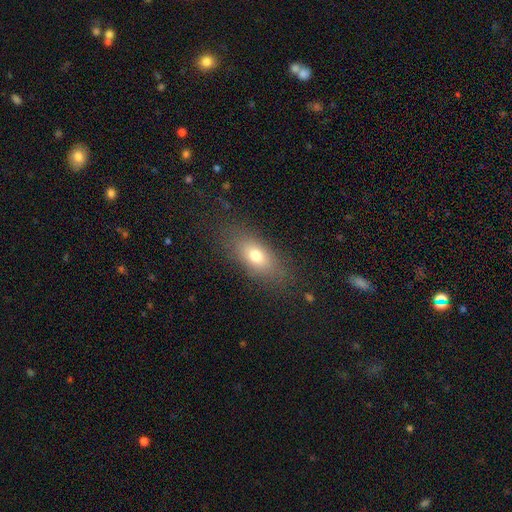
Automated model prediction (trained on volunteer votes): Overall: smooth (73%). How rounded: in between (79%). Merging: none (81%).